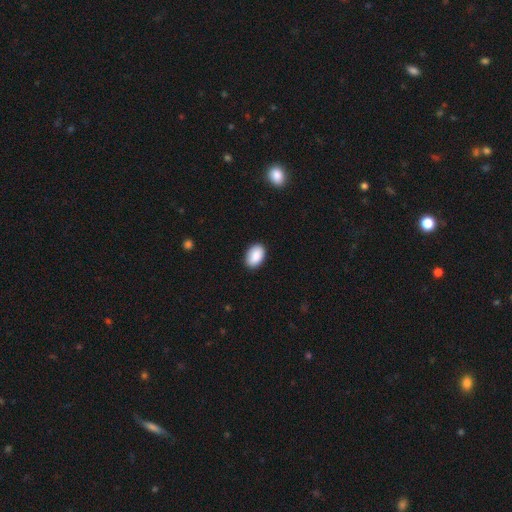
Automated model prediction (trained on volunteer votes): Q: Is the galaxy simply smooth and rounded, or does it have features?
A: smooth — 89%.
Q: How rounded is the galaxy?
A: in between — 89%.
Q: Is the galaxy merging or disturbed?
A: none — 86%.